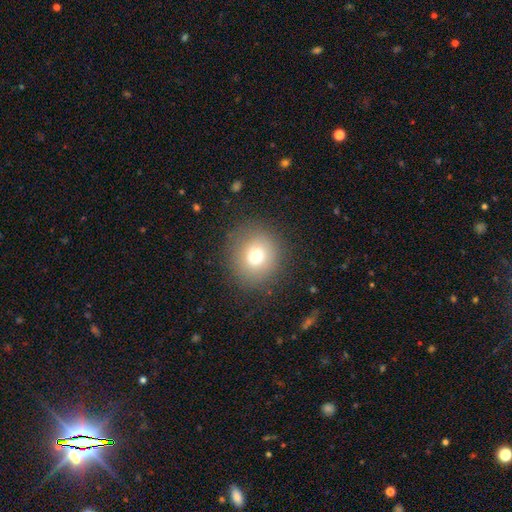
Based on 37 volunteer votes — Smooth or featured? 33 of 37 (89%) said smooth. How rounded? 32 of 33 (97%) said round. Merging? 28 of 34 (82%) said none.